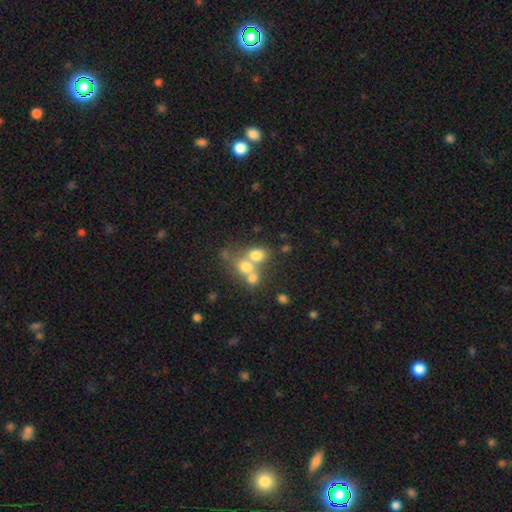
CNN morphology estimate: Overall: smooth (67%). How rounded: round (59%; in between 40%). Merging: merger (56%; none 32%).